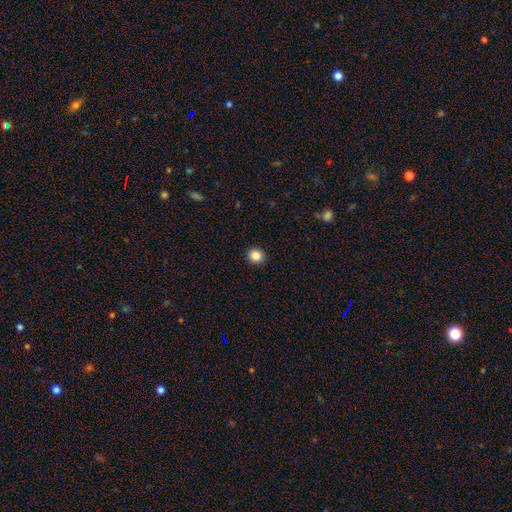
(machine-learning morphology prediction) smooth-or-featured: smooth: 85% | star or artifact: 11% | featured or disk: 5%
  how-rounded: round: 86% | in between: 13% | cigar-shaped: 1%
  merging: none: 92% | minor disturbance: 5% | major disturbance: 2% | merger: 1%